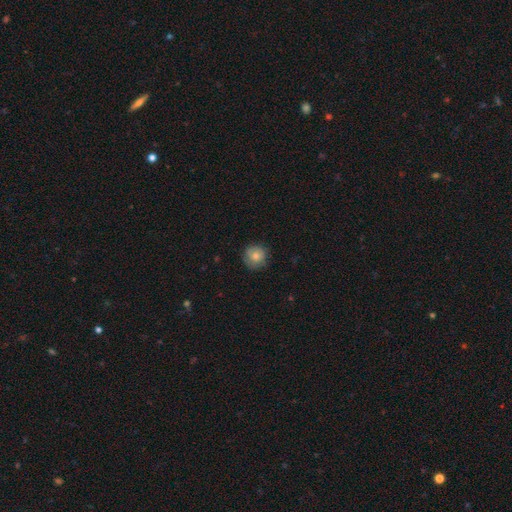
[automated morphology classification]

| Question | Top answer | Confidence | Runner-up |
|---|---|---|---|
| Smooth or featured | smooth | 76% | featured or disk (16%) |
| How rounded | round | 92% | in between (7%) |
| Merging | none | 79% | minor disturbance (16%) |